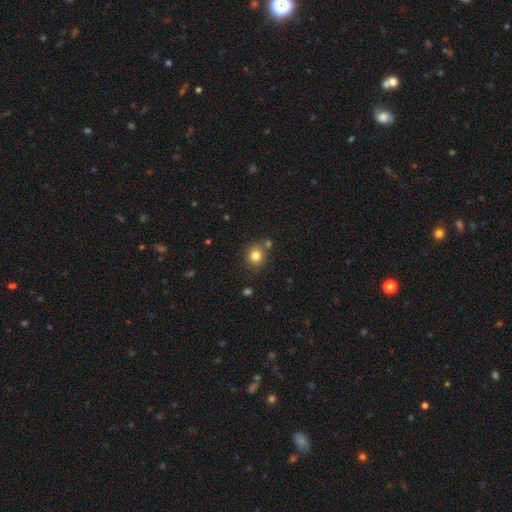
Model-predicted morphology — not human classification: A smooth galaxy with no disk features (81%) that is round (85%). Merging: none (76%).